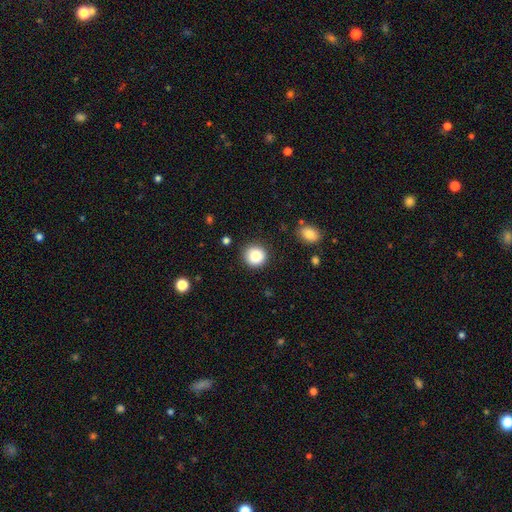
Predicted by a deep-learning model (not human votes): Smooth or featured?
  - smooth: 85% *
  - star or artifact: 9%
  - featured or disk: 6%
How rounded?
  - round: 94% *
  - in between: 5%
  - cigar-shaped: 1%
Merging?
  - none: 90% *
  - minor disturbance: 7%
  - major disturbance: 2%
  - merger: 1%